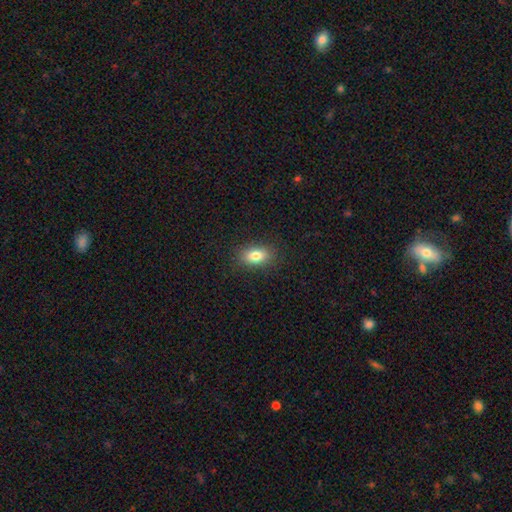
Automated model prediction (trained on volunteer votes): smooth_or_featured: smooth (p=0.81) [alt: featured or disk p=0.09]
how_rounded: in between (p=0.86) [alt: round p=0.10]
merging: none (p=0.87) [alt: minor disturbance p=0.09]